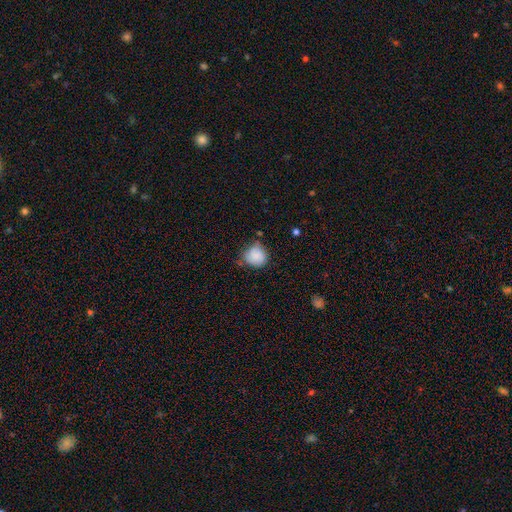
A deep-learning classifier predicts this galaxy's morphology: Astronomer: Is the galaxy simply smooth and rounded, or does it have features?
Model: smooth — 84%.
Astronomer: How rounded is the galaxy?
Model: round — 81%.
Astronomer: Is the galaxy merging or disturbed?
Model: none — 54% (runner-up: minor disturbance, 34%).